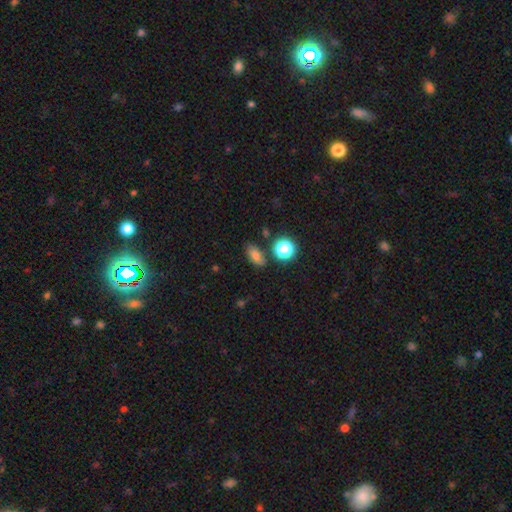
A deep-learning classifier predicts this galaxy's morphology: A smooth galaxy with no disk features (76%) that is in between round and cigar-shaped (78%). Merging: none (79%).